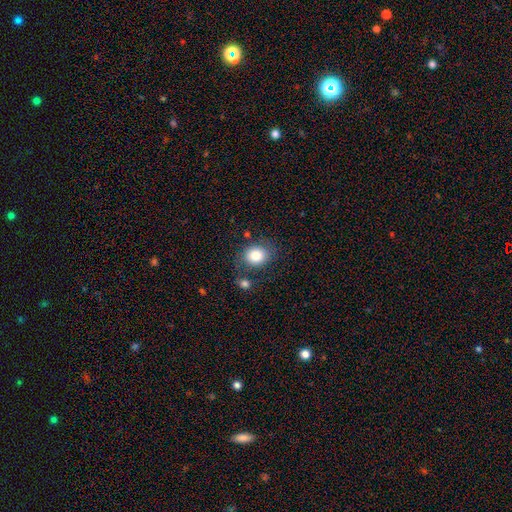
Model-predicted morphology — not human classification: A smooth galaxy with no disk features (82%) that is round (57%). Merging: none (69%).